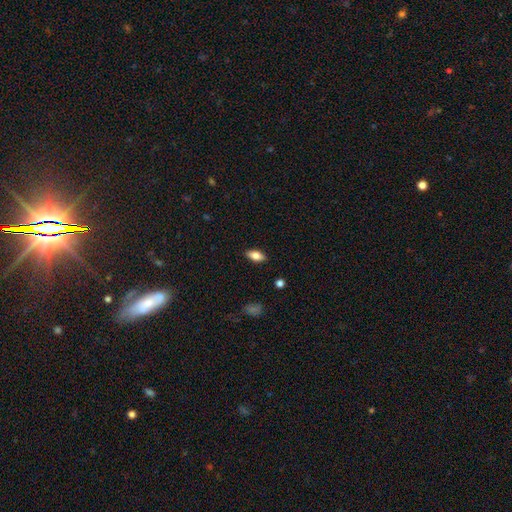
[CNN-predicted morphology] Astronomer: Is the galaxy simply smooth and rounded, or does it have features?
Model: smooth — 78%.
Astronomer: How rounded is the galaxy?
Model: in between — 87%.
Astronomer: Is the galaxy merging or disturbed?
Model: none — 88%.